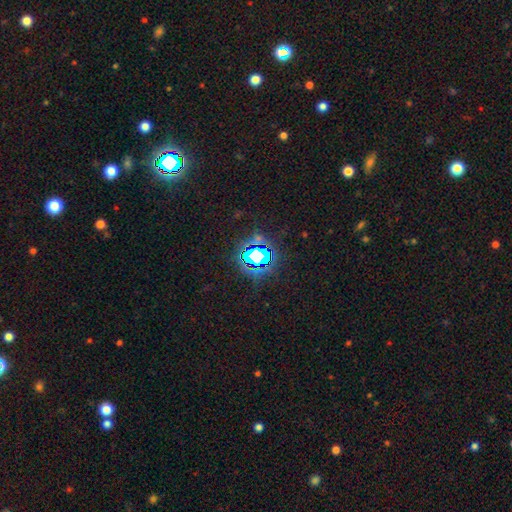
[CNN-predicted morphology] type=star or artifact (74%).